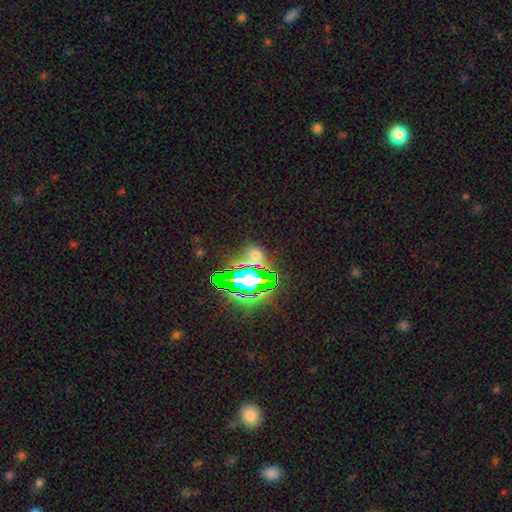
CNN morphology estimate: Smooth or featured?
  - star or artifact: 58% *
  - smooth: 32%
  - featured or disk: 10%